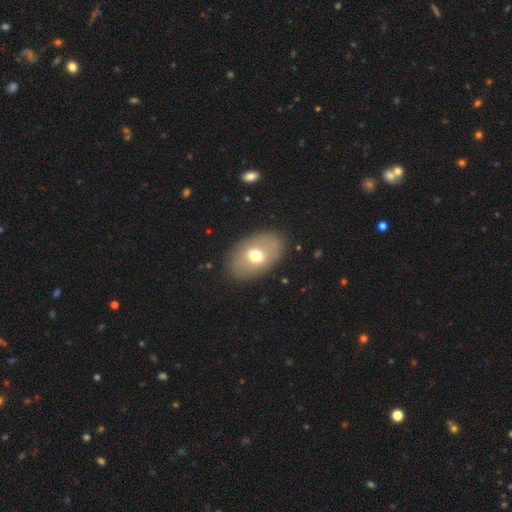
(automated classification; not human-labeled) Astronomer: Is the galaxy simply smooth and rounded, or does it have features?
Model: smooth — 62%.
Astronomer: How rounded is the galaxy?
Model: in between — 85%.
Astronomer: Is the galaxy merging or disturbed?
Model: none — 84%.